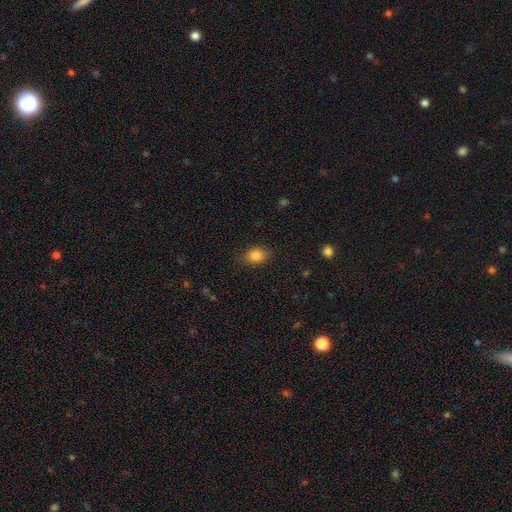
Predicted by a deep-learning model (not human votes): Smooth or featured? smooth (84%)
How rounded? in between (68%)
Merging? none (82%)